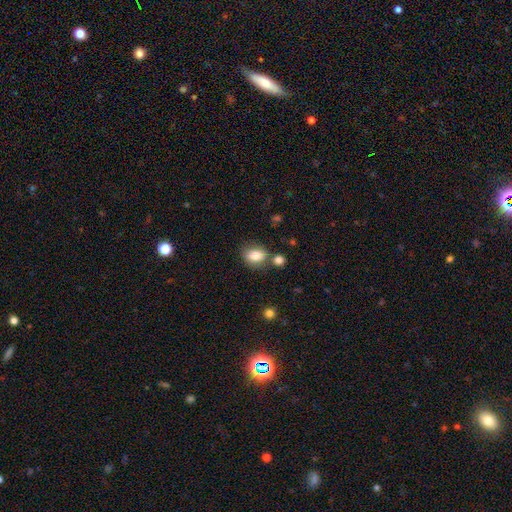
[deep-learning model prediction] Morphology: type=smooth (81%); roundness=in between (68%); merging=none (65%).